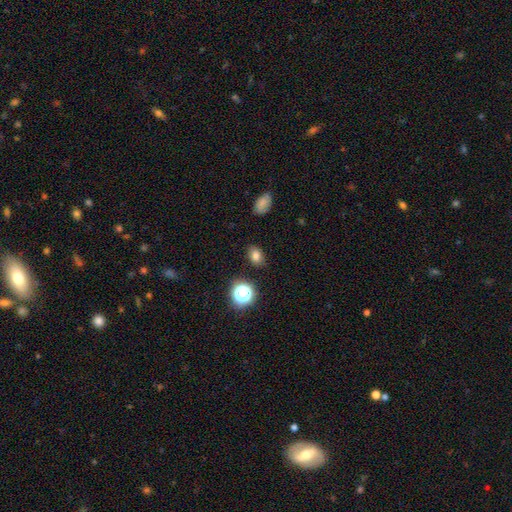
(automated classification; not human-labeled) A smooth galaxy with no disk features (77%) that is in between round and cigar-shaped (70%). Merging: none (84%).